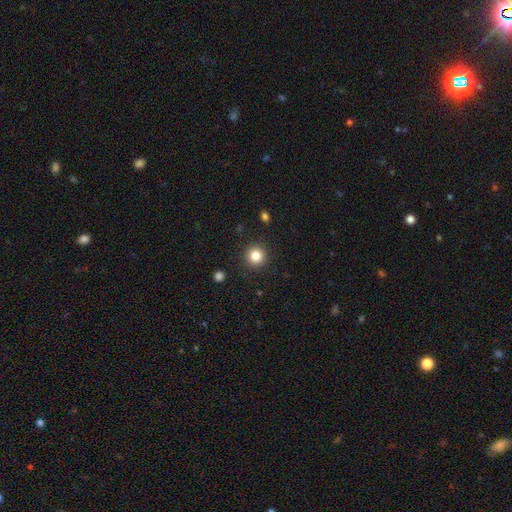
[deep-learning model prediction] This appears to be a smooth galaxy with no disk features (83%) that is round (94%). Merging: none (91%).